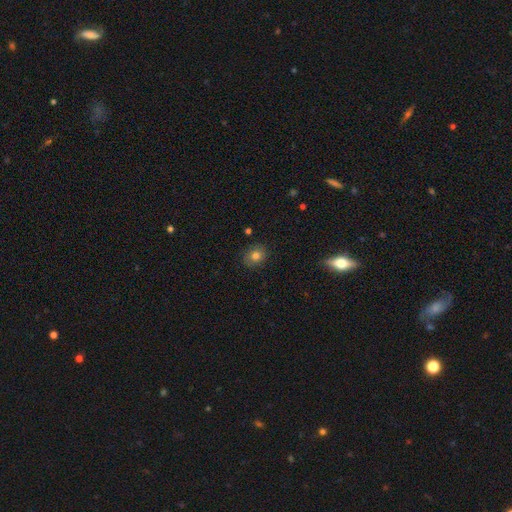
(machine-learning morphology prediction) smooth-or-featured: smooth: 78% | star or artifact: 12% | featured or disk: 10%
  how-rounded: round: 63% | in between: 36% | cigar-shaped: 1%
  merging: none: 85% | minor disturbance: 11% | major disturbance: 3% | merger: 1%